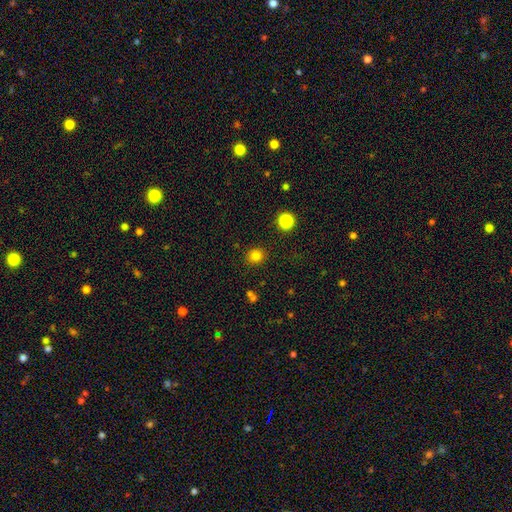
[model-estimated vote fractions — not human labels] smooth 82%, star or artifact 14%, featured or disk 4%. Down the decision tree: how rounded — round (86%); merging — none (88%).